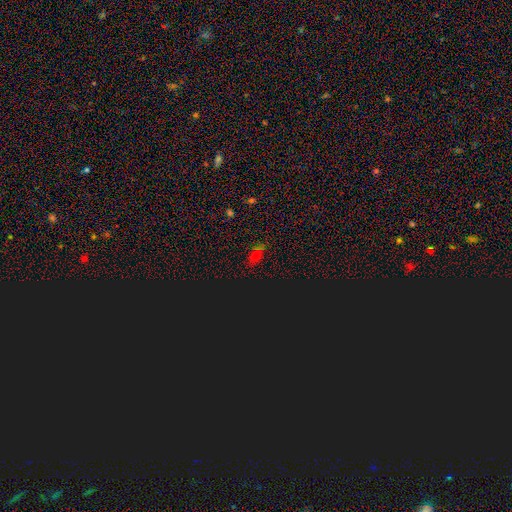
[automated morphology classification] smooth-or-featured: smooth: 51% | star or artifact: 37% | featured or disk: 12%
  how-rounded: in between: 72% | round: 20% | cigar-shaped: 8%
  merging: none: 76% | minor disturbance: 16% | major disturbance: 5% | merger: 4%